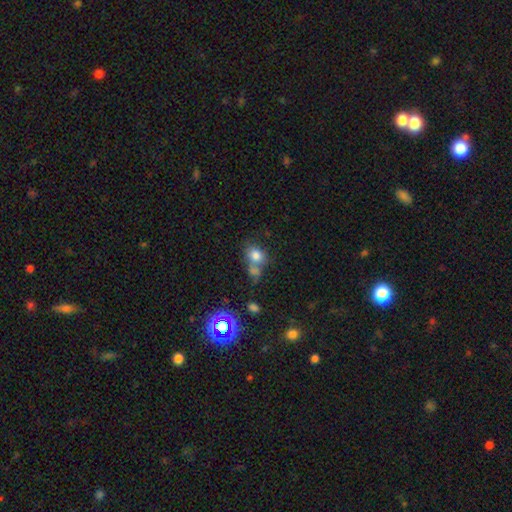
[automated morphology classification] Q: Smooth or featured?
A: smooth (77%); runner-up: star or artifact (13%)
Q: How rounded?
A: round (54%); runner-up: in between (44%)
Q: Merging?
A: none (41%); runner-up: merger (39%)